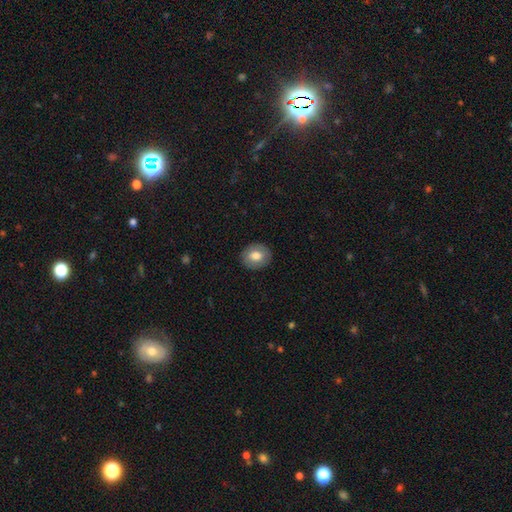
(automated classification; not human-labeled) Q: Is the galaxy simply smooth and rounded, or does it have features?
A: smooth — 76%.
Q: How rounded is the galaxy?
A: round — 66%.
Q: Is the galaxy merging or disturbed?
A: none — 89%.